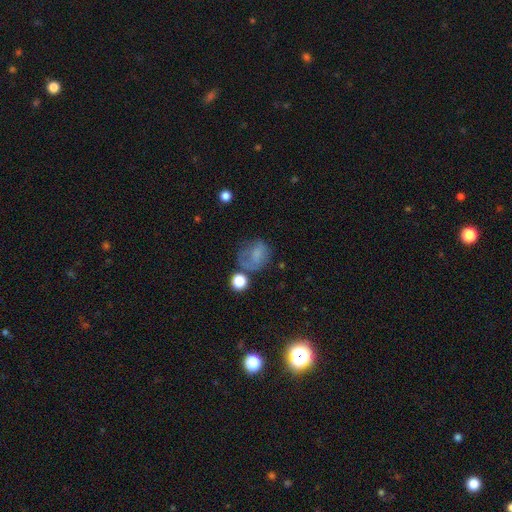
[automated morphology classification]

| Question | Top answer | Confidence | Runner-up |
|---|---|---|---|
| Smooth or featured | smooth | 60% | featured or disk (25%) |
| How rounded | round | 56% | in between (43%) |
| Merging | none | 40% | minor disturbance (26%) |